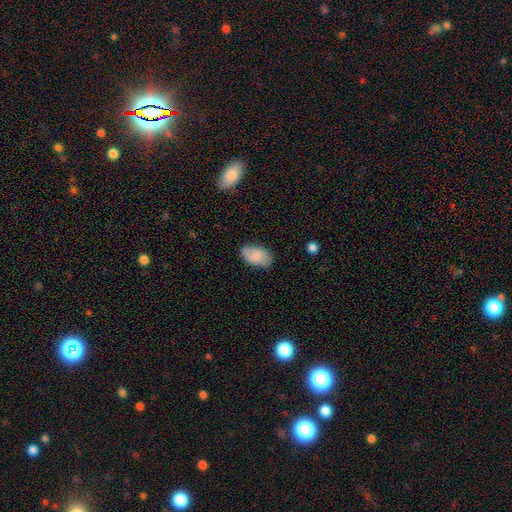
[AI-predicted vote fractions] Smooth or featured? Predicted: smooth (p=0.83). How rounded? Predicted: in between (p=0.94). Merging? Predicted: none (p=0.80).